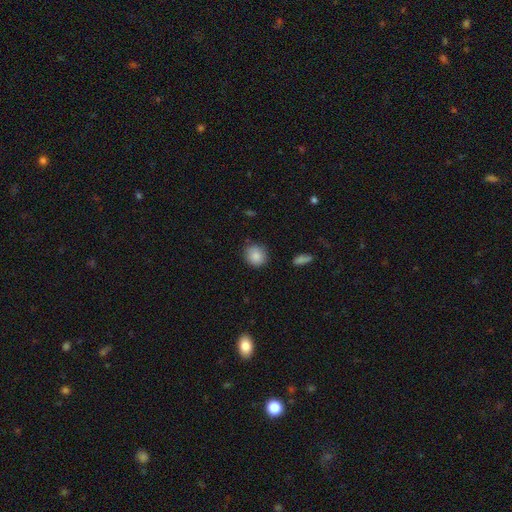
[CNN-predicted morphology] The model was most divided on "how rounded": round: 80%, in between: 19%, cigar-shaped: 1%. More confident: smooth or featured — smooth (87%); merging — none (82%).